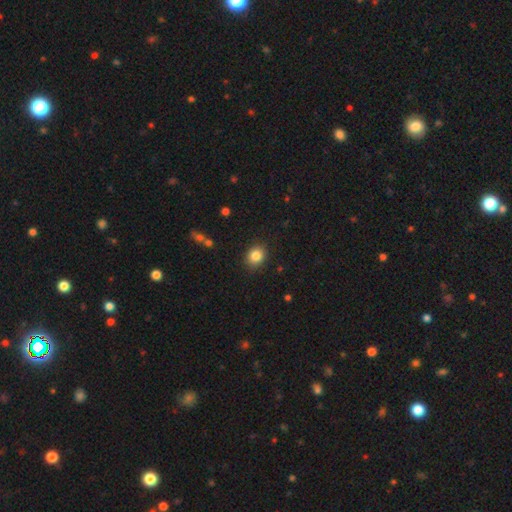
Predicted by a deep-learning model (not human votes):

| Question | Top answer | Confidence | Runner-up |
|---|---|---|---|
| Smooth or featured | smooth | 85% | star or artifact (10%) |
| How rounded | round | 59% | in between (40%) |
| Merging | none | 88% | minor disturbance (9%) |